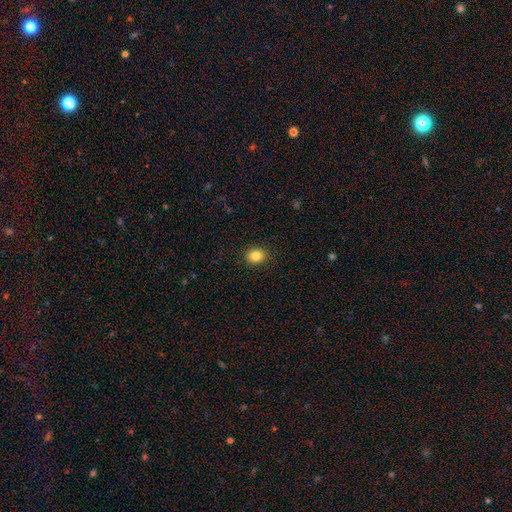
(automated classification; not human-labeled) Smooth or featured?
  - smooth: 86% *
  - star or artifact: 10%
  - featured or disk: 4%
How rounded?
  - in between: 52% *
  - round: 47%
  - cigar-shaped: 1%
Merging?
  - none: 89% *
  - minor disturbance: 8%
  - major disturbance: 2%
  - merger: 1%